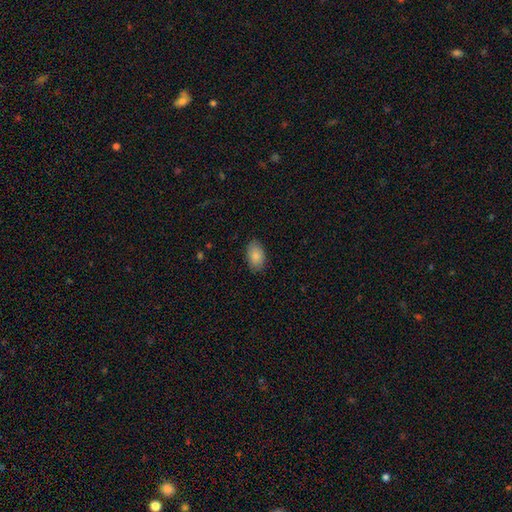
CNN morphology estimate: The model was most divided on "merging": none: 84%, minor disturbance: 13%, major disturbance: 3%, merger: 1%. More confident: how rounded — in between (91%); smooth or featured — smooth (86%).